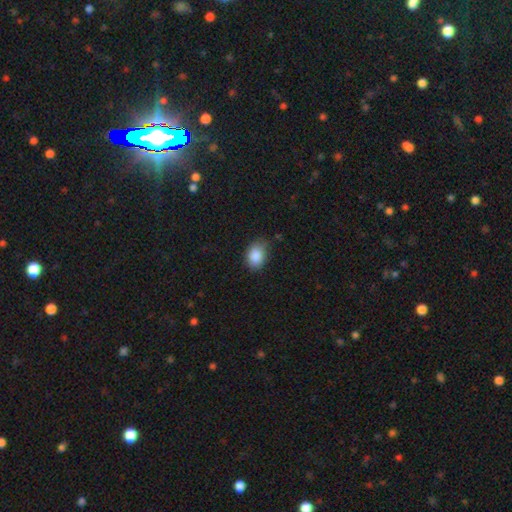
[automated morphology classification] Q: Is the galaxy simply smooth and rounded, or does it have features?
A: smooth — 88%.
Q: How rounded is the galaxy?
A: in between — 74%.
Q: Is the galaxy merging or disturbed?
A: none — 70%.